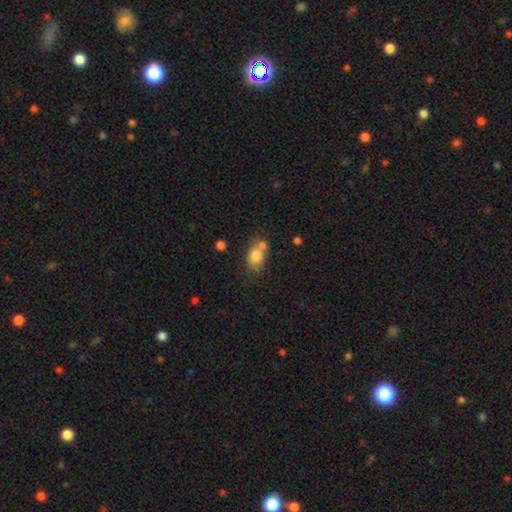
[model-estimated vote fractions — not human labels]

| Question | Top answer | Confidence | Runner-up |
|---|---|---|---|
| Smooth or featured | smooth | 79% | featured or disk (11%) |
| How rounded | in between | 72% | round (26%) |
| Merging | none | 47% | merger (31%) |